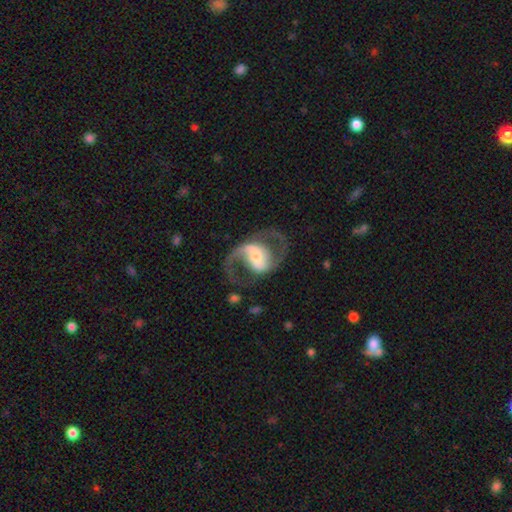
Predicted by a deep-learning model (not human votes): A featured or disk galaxy (88%) with a strong bar (38%), 2 (91%) medium (53%) spiral arms (94%) and a moderate central bulge (45%). Merging: none (69%).